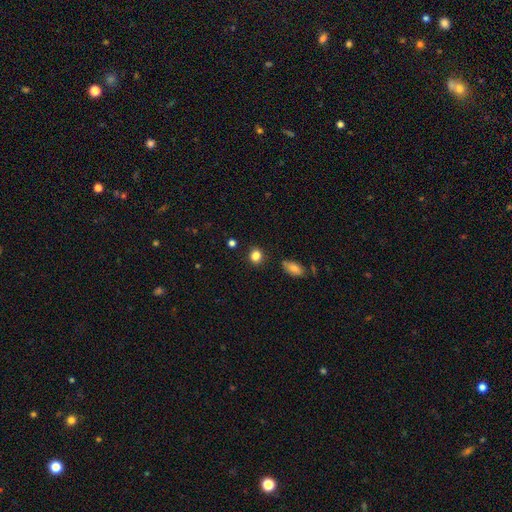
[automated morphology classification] This is clearly a smooth galaxy (85%). How rounded: likely round (73%). Merging: clearly none (82%).